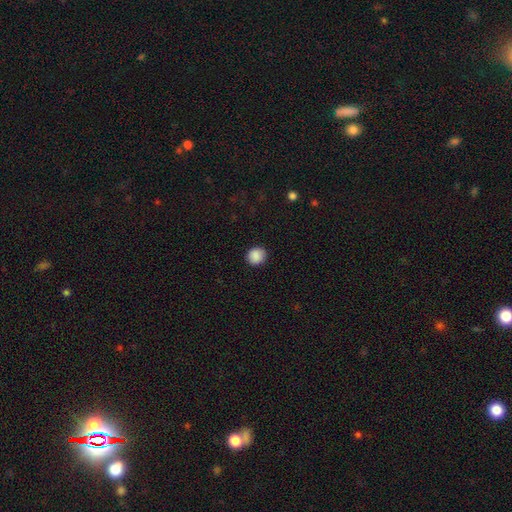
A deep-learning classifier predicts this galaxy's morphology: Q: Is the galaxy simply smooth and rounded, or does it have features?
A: smooth — 88%.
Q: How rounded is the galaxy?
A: round — 86%.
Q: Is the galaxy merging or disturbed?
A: none — 89%.